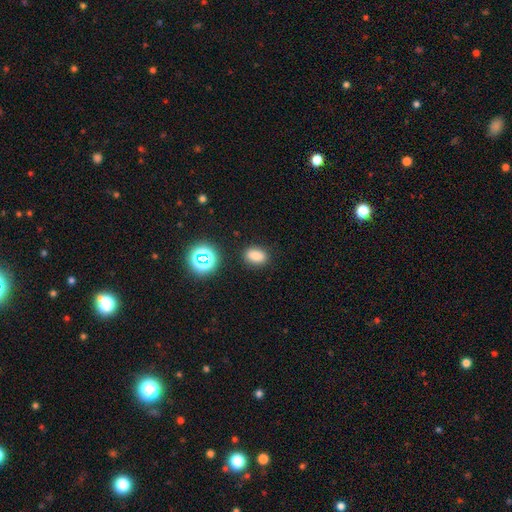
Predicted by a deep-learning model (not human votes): Q: Smooth or featured?
A: smooth (79%); runner-up: star or artifact (15%)
Q: How rounded?
A: in between (77%); runner-up: round (22%)
Q: Merging?
A: none (85%); runner-up: minor disturbance (10%)